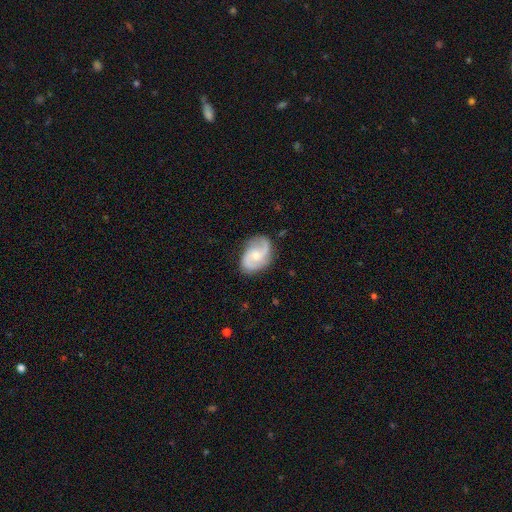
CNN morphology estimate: This appears to be a featured or disk galaxy (78%) with no bar (57%), 2 (88%) medium (46%) spiral arms (95%) and a moderate central bulge (54%). Merging: none (77%).